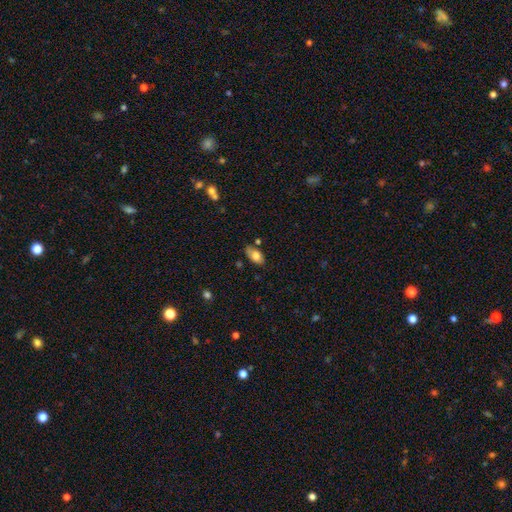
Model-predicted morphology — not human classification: Overall: smooth (77%). How rounded: in between (93%). Merging: none (72%).